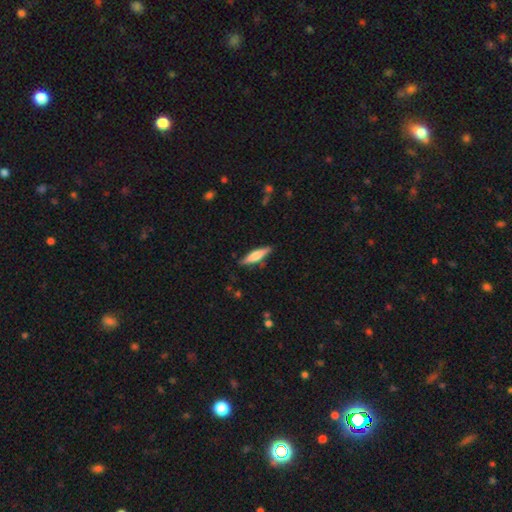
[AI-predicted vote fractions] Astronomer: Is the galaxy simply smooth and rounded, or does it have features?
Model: smooth — 57% (runner-up: featured or disk, 37%).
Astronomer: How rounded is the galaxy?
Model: cigar-shaped — 75%.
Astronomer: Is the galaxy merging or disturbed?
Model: none — 85%.